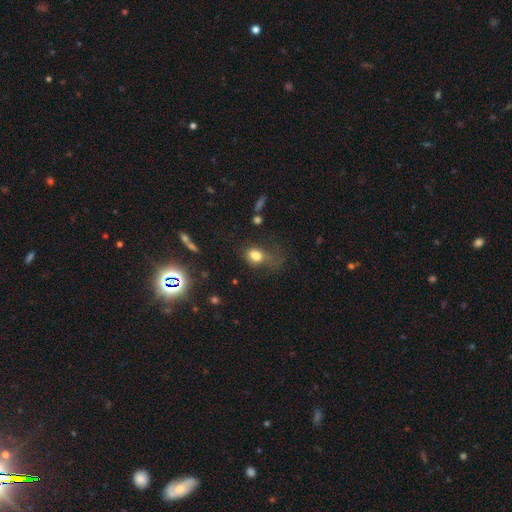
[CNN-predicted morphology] This appears to be a smooth galaxy with no disk features (76%) that is in between round and cigar-shaped (71%). Merging: major disturbance (39%).